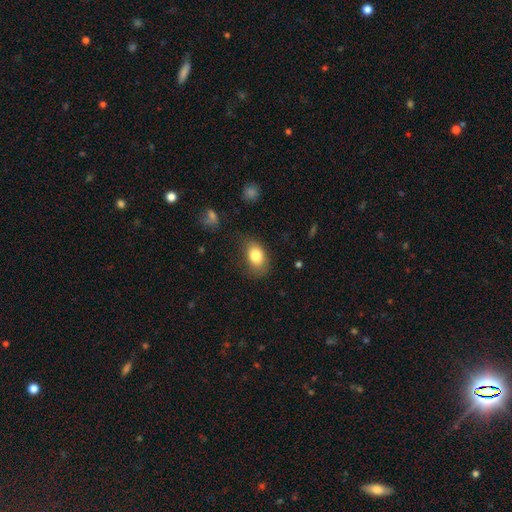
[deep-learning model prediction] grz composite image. It shows a smooth galaxy with no disk features (82%) that is in between round and cigar-shaped (84%). Merging: none (72%).